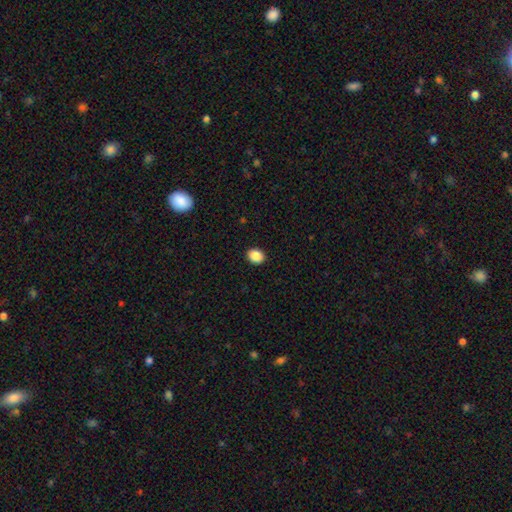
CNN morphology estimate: Smooth or featured: smooth — 88% (star or artifact — 9%)
How rounded: in between — 51% (round — 48%)
Merging: none — 92% (minor disturbance — 6%)